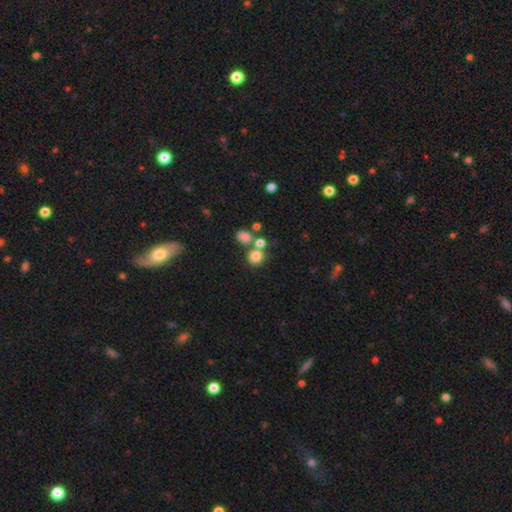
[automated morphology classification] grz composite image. It shows a smooth galaxy with no disk features (79%) that is round (86%). Merging: none (57%).